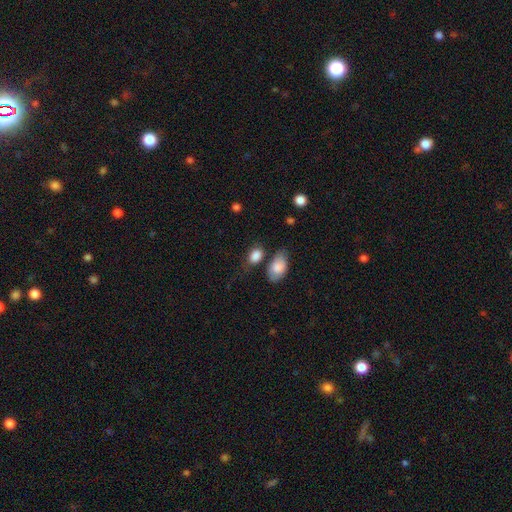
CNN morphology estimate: Smooth or featured?
  - smooth: 86% *
  - star or artifact: 8%
  - featured or disk: 6%
How rounded?
  - in between: 80% *
  - round: 18%
  - cigar-shaped: 2%
Merging?
  - none: 59% *
  - minor disturbance: 20%
  - merger: 14%
  - major disturbance: 7%